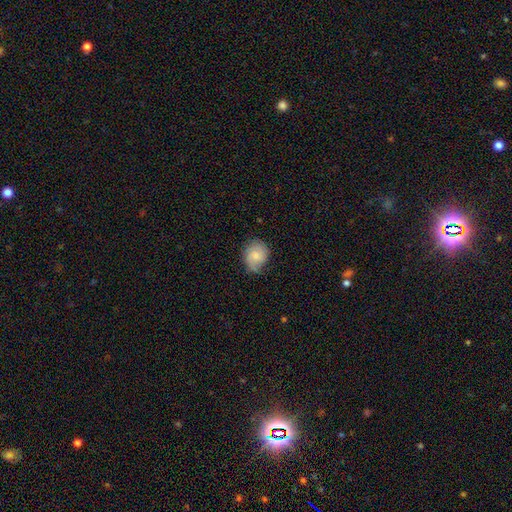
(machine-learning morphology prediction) The model was most divided on "how rounded": round: 59%, in between: 41%, cigar-shaped: 1%. More confident: smooth or featured — smooth (67%); merging — none (61%).